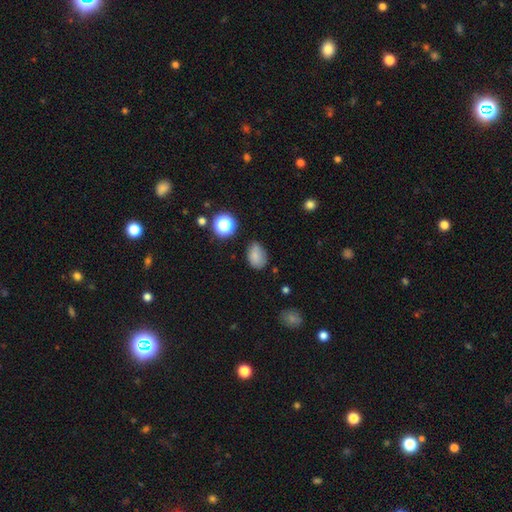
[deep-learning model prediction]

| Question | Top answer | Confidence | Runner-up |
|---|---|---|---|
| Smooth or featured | smooth | 79% | star or artifact (13%) |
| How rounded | in between | 77% | round (22%) |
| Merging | none | 68% | minor disturbance (24%) |